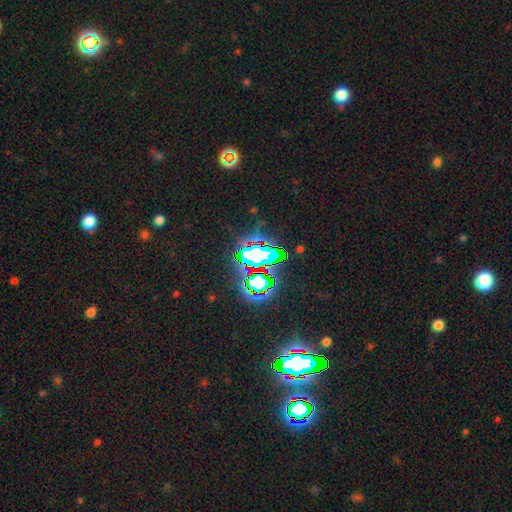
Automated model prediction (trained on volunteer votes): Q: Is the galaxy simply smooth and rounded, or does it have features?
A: star or artifact — 74%.